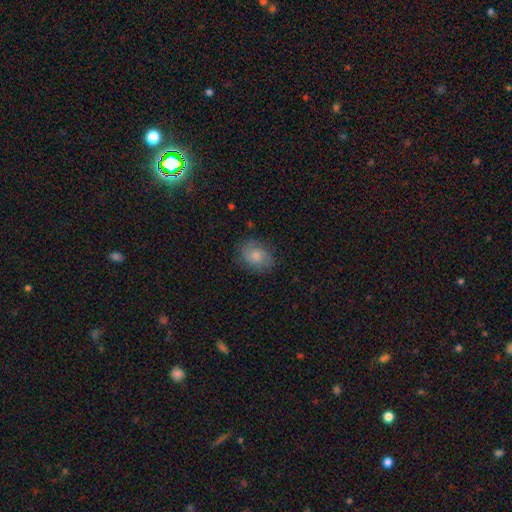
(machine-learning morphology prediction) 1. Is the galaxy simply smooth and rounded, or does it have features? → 69% smooth, 23% featured or disk, 8% star or artifact.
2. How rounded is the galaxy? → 65% in between, 34% round, 1% cigar-shaped.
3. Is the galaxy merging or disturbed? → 76% none, 17% minor disturbance, 5% major disturbance, 1% merger.